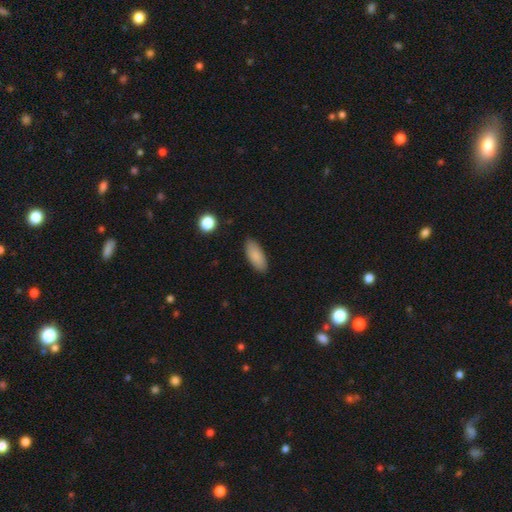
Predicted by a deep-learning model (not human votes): Morphology: type=smooth (86%); roundness=in between (83%); merging=none (86%).